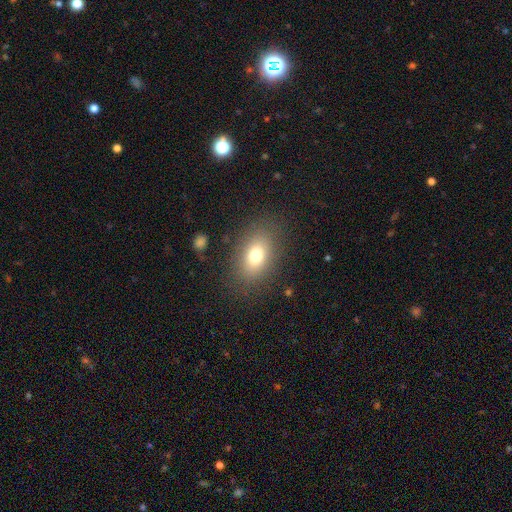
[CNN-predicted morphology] Smooth or featured? Predicted: smooth (p=0.74). How rounded? Predicted: in between (p=0.80). Merging? Predicted: none (p=0.83).